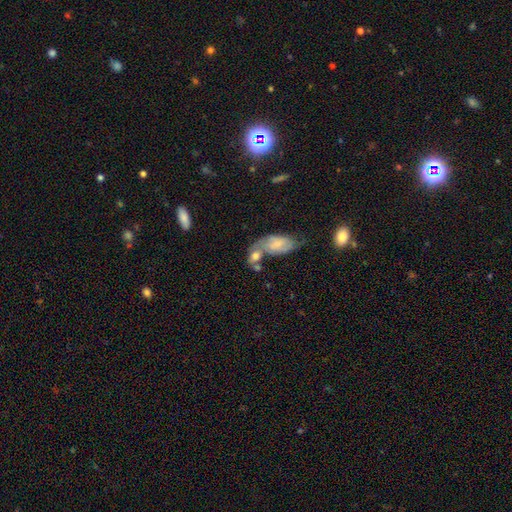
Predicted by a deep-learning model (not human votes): Morphology: type=smooth (64%); roundness=in between (74%); merging=merger (50%).